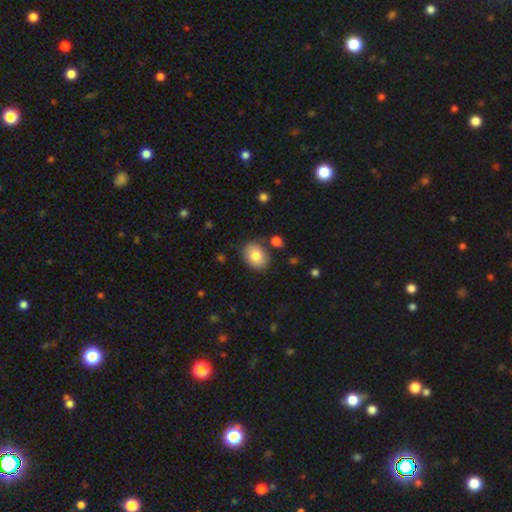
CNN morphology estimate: smooth 80%, featured or disk 12%, star or artifact 8%. Down the decision tree: how rounded — in between (62%); merging — none (80%).